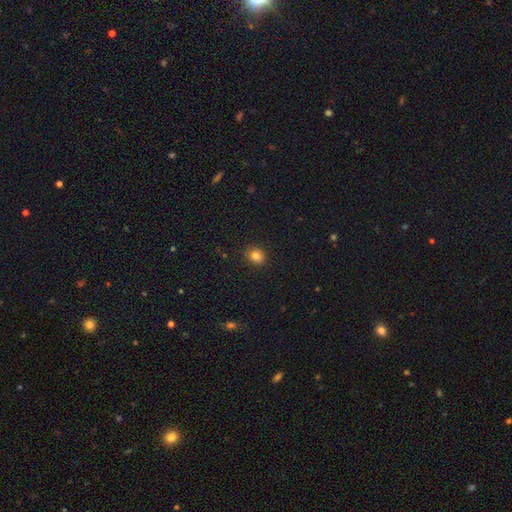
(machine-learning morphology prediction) type=smooth (82%); roundness=round (69%); merging=none (88%).